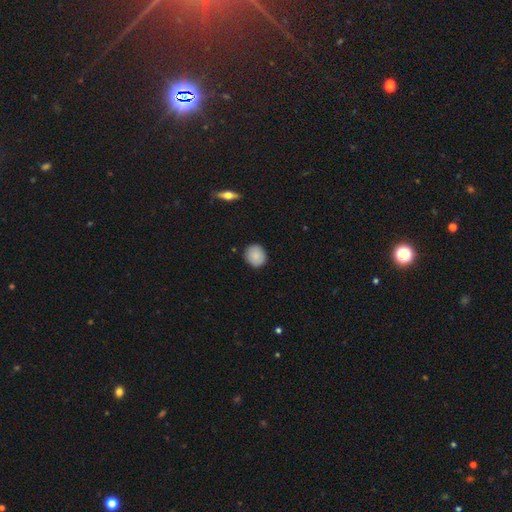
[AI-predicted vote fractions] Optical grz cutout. It shows a smooth galaxy with no disk features (88%) that is round (82%). Merging: none (89%).